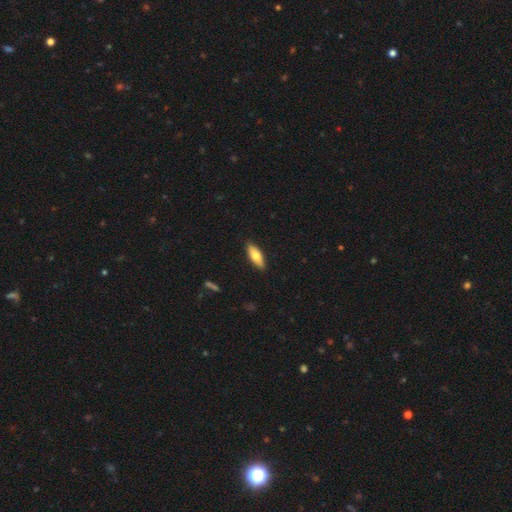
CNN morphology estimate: This is likely a smooth galaxy (72%). How rounded: likely in between (65%). Merging: clearly none (89%).